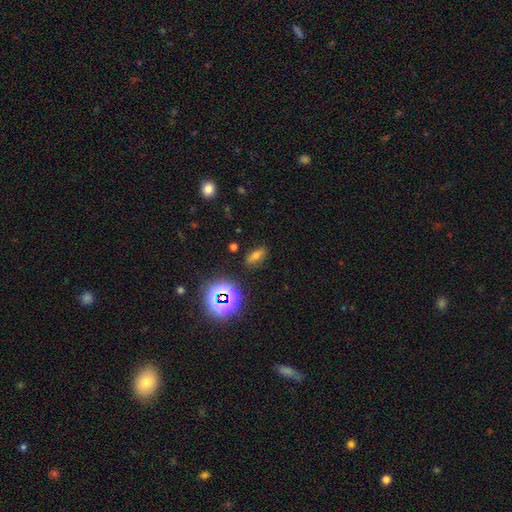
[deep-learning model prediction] A smooth galaxy with no disk features (54%) that is in between round and cigar-shaped (72%).

Vote fractions:
- Smooth or featured? smooth: 54% / star or artifact: 30% / featured or disk: 15%
- How rounded? in between: 72% / cigar-shaped: 15% / round: 13%
- Merging? none: 83% / minor disturbance: 11% / major disturbance: 3% / merger: 2%